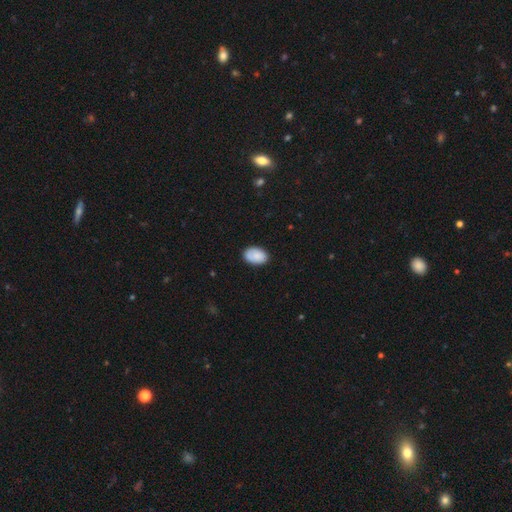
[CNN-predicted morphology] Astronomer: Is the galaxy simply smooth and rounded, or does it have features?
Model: smooth — 87%.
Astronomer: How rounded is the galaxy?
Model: in between — 89%.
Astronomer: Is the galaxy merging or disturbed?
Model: none — 84%.